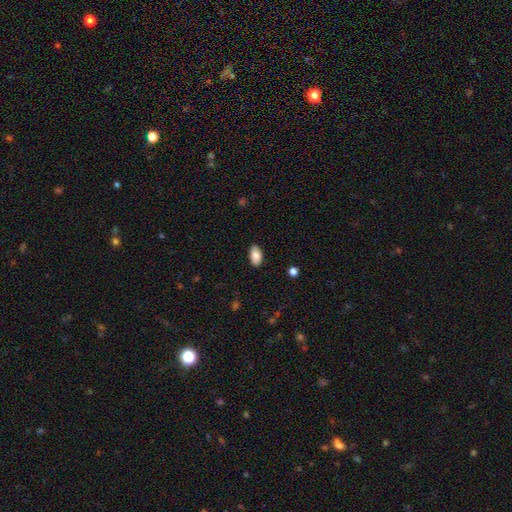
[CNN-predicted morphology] Smooth or featured? Predicted: smooth (p=0.86). How rounded? Predicted: in between (p=0.94). Merging? Predicted: none (p=0.88).